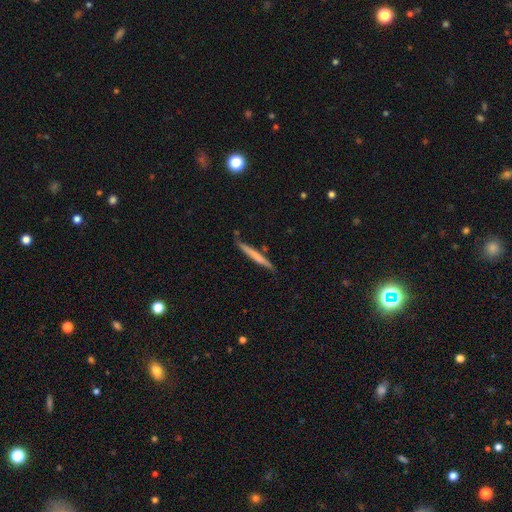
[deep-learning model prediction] smooth-or-featured: smooth: 58% | featured or disk: 36% | star or artifact: 5%
  how-rounded: cigar-shaped: 96% | in between: 2% | round: 1%
  merging: none: 83% | minor disturbance: 12% | merger: 3% | major disturbance: 2%